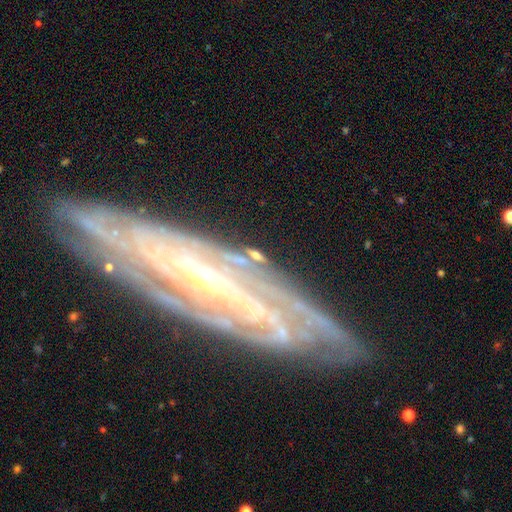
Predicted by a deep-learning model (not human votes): A featured or disk galaxy (48%). Merging: none (68%).